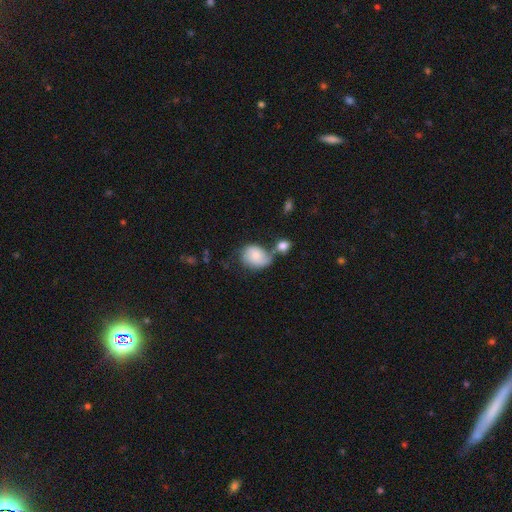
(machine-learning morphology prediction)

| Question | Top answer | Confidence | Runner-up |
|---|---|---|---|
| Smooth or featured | smooth | 71% | featured or disk (21%) |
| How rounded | in between | 59% | round (40%) |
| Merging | merger | 34% | none (33%) |